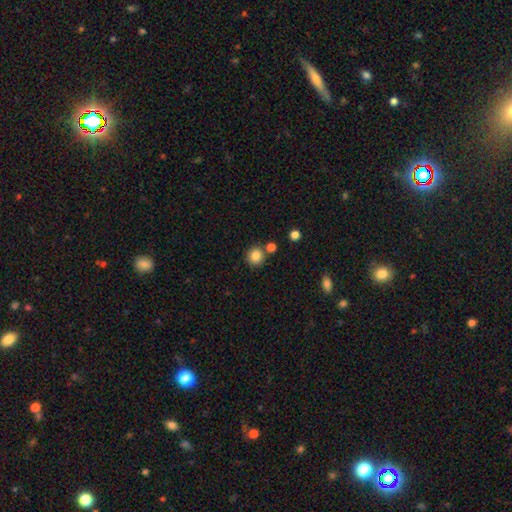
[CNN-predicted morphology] Smooth or featured?
  - smooth: 84% *
  - star or artifact: 11%
  - featured or disk: 5%
How rounded?
  - round: 90% *
  - in between: 9%
  - cigar-shaped: 1%
Merging?
  - none: 76% *
  - merger: 12%
  - minor disturbance: 9%
  - major disturbance: 3%